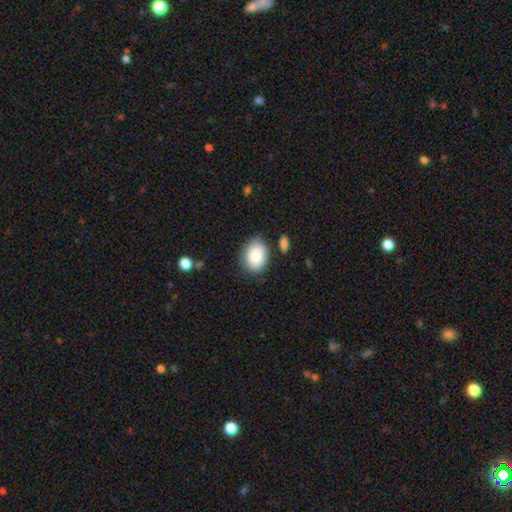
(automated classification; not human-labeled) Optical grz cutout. It shows a smooth galaxy with no disk features (85%) that is in between round and cigar-shaped (74%). Merging: none (77%).